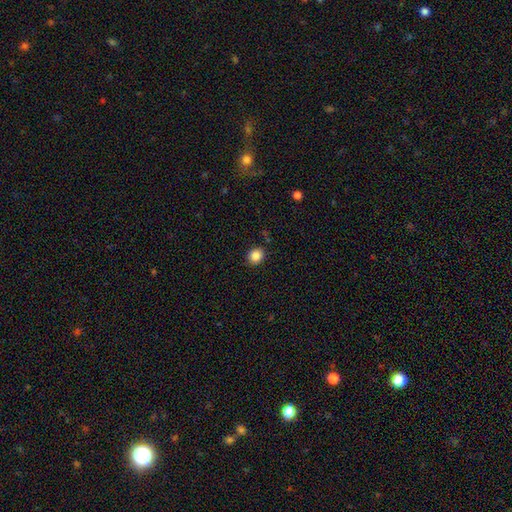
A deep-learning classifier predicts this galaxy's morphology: This appears to be a smooth galaxy with no disk features (86%) that is round (79%). Merging: none (89%).